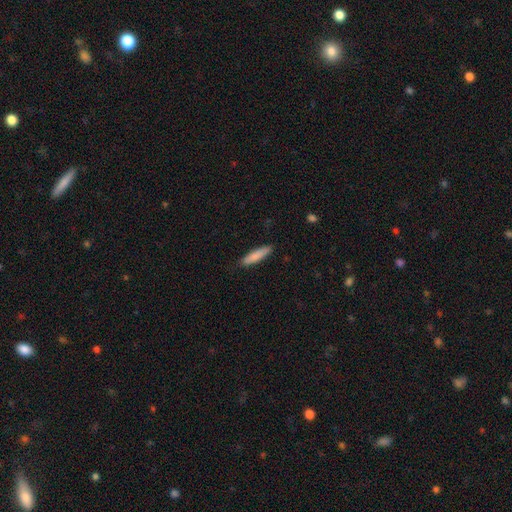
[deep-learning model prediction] smooth-or-featured: smooth: 84% | featured or disk: 11% | star or artifact: 6%
  how-rounded: cigar-shaped: 79% | in between: 19% | round: 1%
  merging: none: 86% | minor disturbance: 11% | major disturbance: 2% | merger: 1%